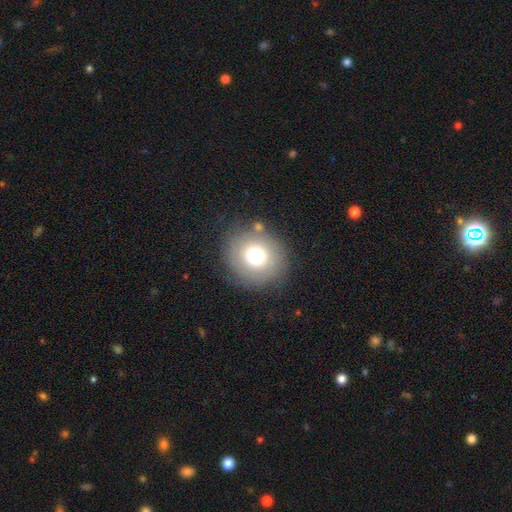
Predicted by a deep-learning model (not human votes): Smooth or featured?
  - smooth: 72% *
  - featured or disk: 17%
  - star or artifact: 11%
How rounded?
  - round: 90% *
  - in between: 9%
  - cigar-shaped: 1%
Merging?
  - none: 79% *
  - minor disturbance: 12%
  - major disturbance: 5%
  - merger: 4%